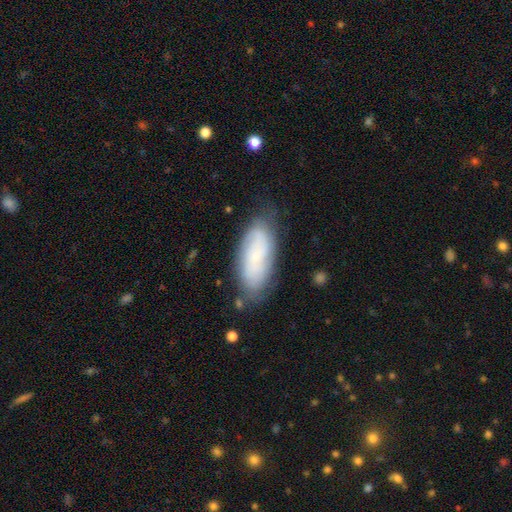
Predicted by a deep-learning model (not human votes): A featured or disk galaxy (47%). Merging: none (72%).